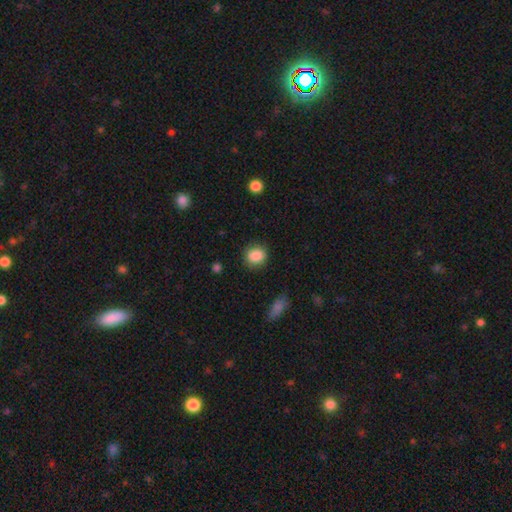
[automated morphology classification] This appears to be a smooth galaxy with no disk features (88%) that is round (75%). Merging: none (84%).